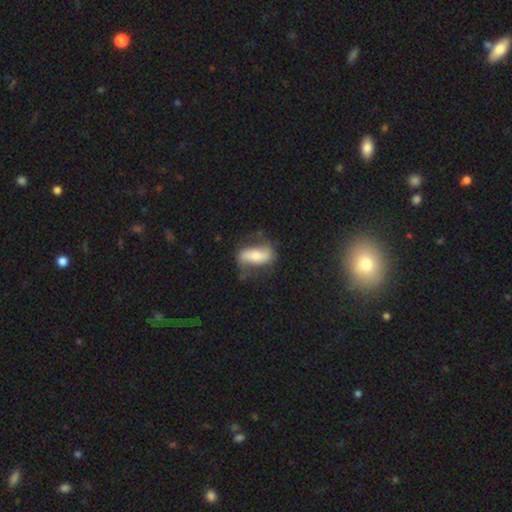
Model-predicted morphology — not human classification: Smooth or featured? smooth (47%)
Merging? none (63%)